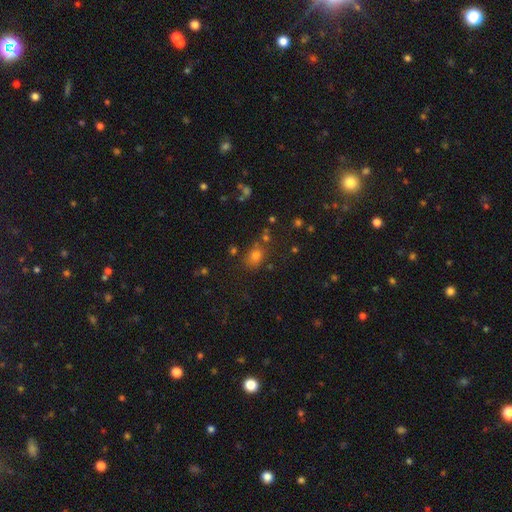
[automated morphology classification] Overall: smooth (72%). How rounded: round (51%; in between 48%). Merging: none (69%).